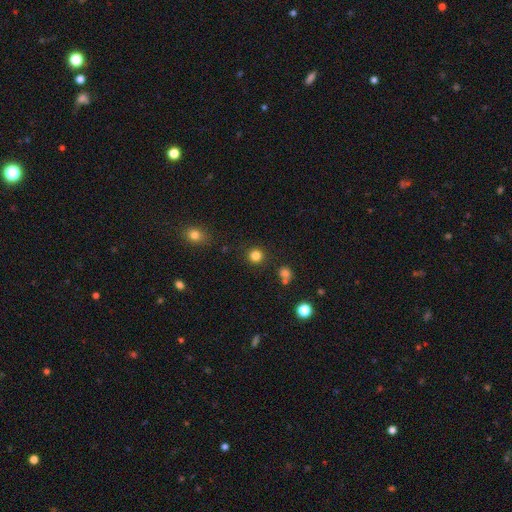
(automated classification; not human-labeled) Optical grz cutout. It shows a smooth galaxy with no disk features (82%) that is round (94%). Merging: none (89%).